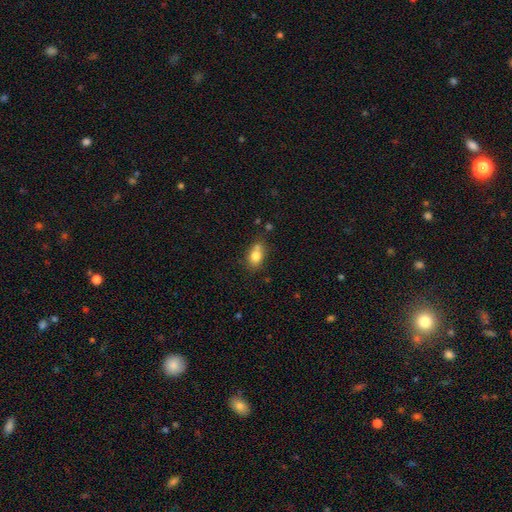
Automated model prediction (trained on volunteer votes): A smooth galaxy with no disk features (80%) that is in between round and cigar-shaped (77%). Merging: none (54%).